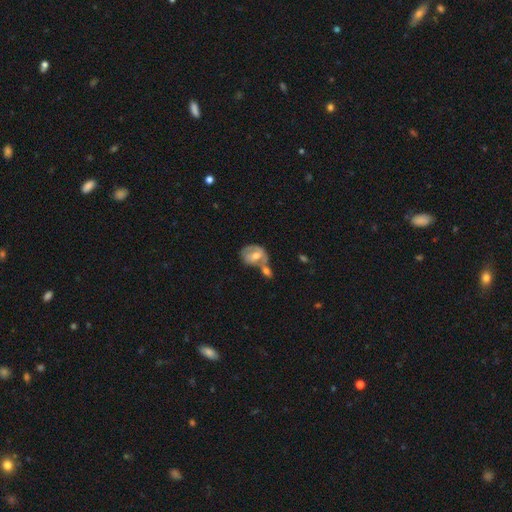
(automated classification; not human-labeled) A featured or disk galaxy (50%). Merging: merger (52%).